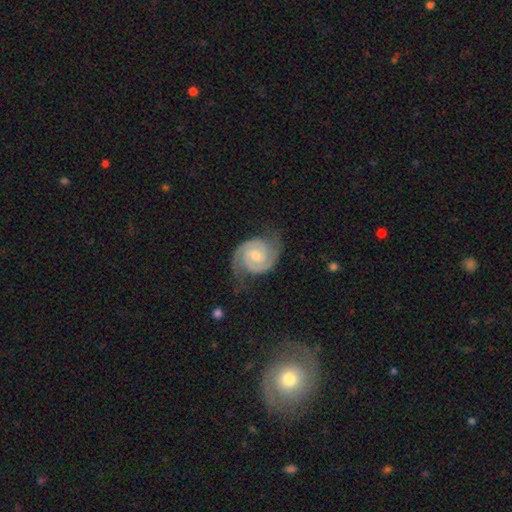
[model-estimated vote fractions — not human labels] This is clearly a featured or disk galaxy (90%). It is clearly not viewed edge-on (98%). Bar: possibly no (50%). Spiral arm pattern: clearly yes (98%). Spiral arm count: clearly 2 (91%). Spiral winding: likely tight (60%). Central bulge: possibly moderate (55%). Merging: likely none (73%).